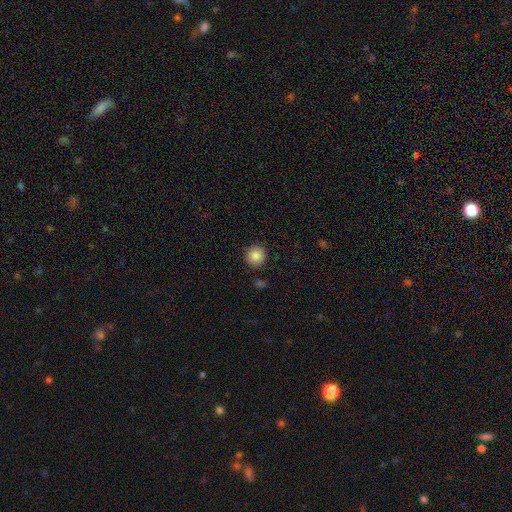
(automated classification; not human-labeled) Smooth or featured: smooth — 87% (star or artifact — 9%)
How rounded: round — 92% (in between — 7%)
Merging: none — 89% (minor disturbance — 7%)